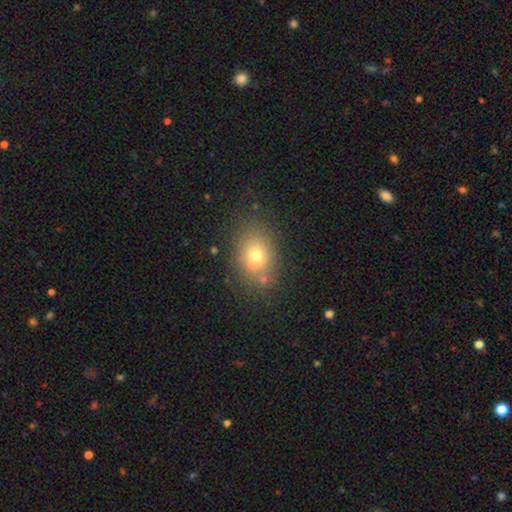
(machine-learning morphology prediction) type=smooth (71%); roundness=in between (66%); merging=none (70%).